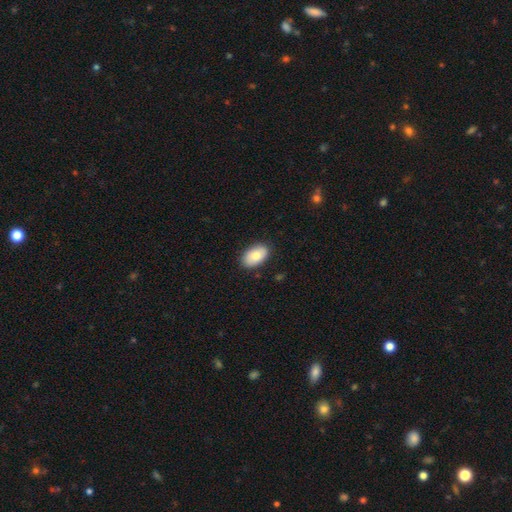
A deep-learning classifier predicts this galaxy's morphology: Overall: smooth (81%). How rounded: in between (93%). Merging: none (87%).